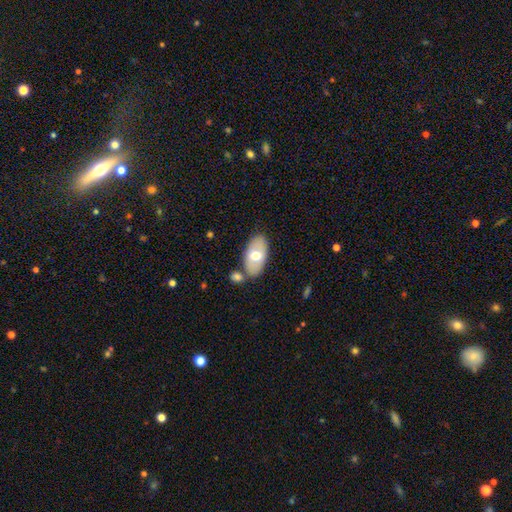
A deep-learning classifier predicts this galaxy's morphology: A smooth galaxy with no disk features (63%) that is in between round and cigar-shaped (94%).

Vote fractions:
- Smooth or featured? smooth: 63% / featured or disk: 31% / star or artifact: 6%
- How rounded? in between: 94% / round: 4% / cigar-shaped: 2%
- Merging? none: 71% / minor disturbance: 13% / merger: 13% / major disturbance: 3%